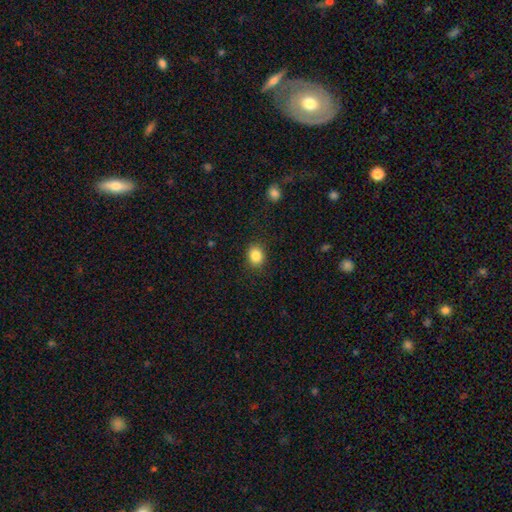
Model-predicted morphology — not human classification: smooth_or_featured: smooth (p=0.86) [alt: star or artifact p=0.10]
how_rounded: round (p=0.58) [alt: in between p=0.41]
merging: none (p=0.87) [alt: minor disturbance p=0.09]